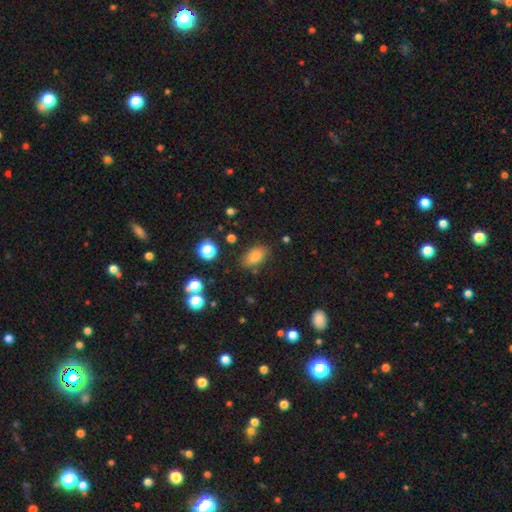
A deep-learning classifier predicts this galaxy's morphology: This appears to be a smooth galaxy with no disk features (79%) that is in between round and cigar-shaped (87%). Merging: none (77%).